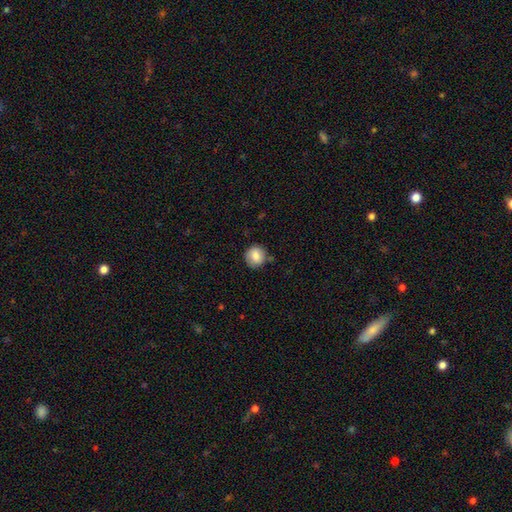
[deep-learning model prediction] Smooth or featured? Predicted: smooth (p=0.82). How rounded? Predicted: round (p=0.91). Merging? Predicted: none (p=0.82).